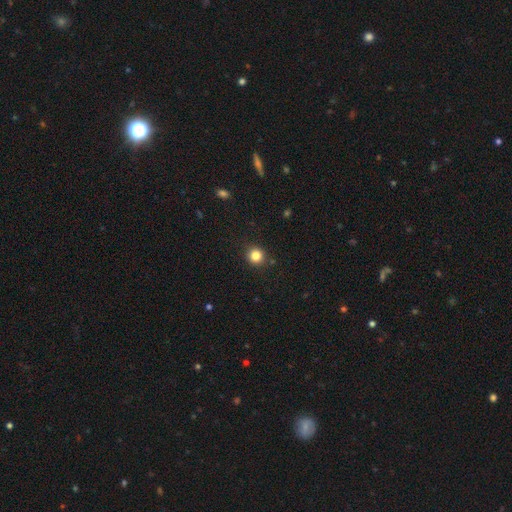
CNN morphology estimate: The model was most divided on "smooth or featured": smooth: 83%, star or artifact: 12%, featured or disk: 5%. More confident: how rounded — round (91%); merging — none (90%).